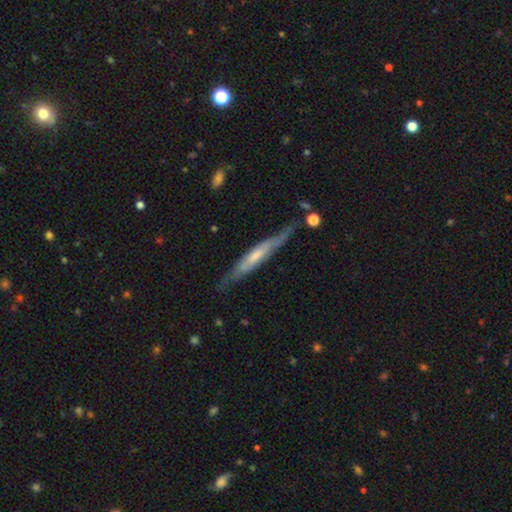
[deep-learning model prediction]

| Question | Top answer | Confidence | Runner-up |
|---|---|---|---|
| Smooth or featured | featured or disk | 64% | smooth (31%) |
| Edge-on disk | yes | 80% | no (20%) |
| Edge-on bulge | none | 47% | rounded (27%) |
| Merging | none | 66% | minor disturbance (23%) |